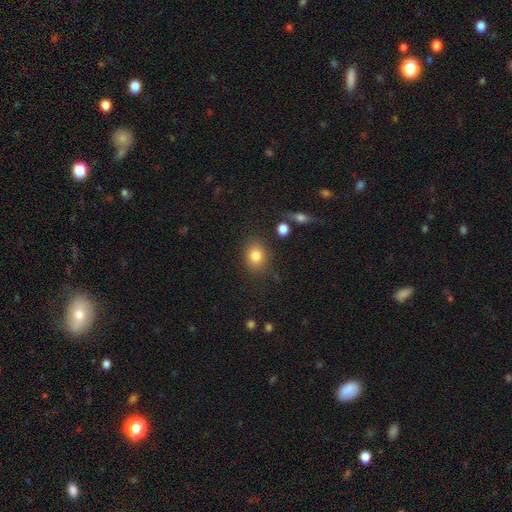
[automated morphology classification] Smooth or featured?
  - smooth: 81% *
  - star or artifact: 11%
  - featured or disk: 8%
How rounded?
  - round: 59% *
  - in between: 40%
  - cigar-shaped: 1%
Merging?
  - none: 82% *
  - minor disturbance: 11%
  - major disturbance: 4%
  - merger: 3%